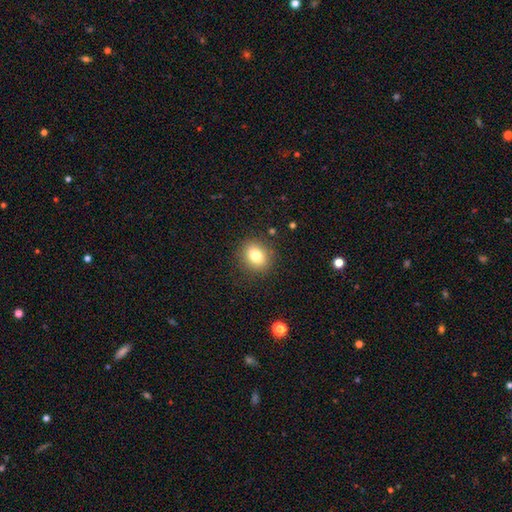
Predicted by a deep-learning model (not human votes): This is likely a smooth galaxy (80%). How rounded: likely round (65%). Merging: clearly none (87%).